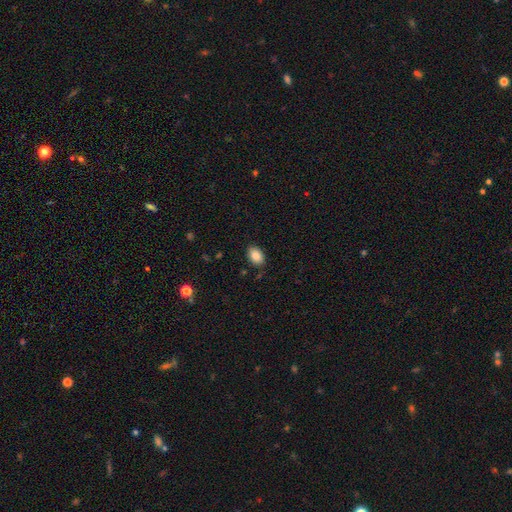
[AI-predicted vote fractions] A smooth galaxy with no disk features (86%) that is in between round and cigar-shaped (83%).

Vote fractions:
- Smooth or featured? smooth: 86% / star or artifact: 8% / featured or disk: 6%
- How rounded? in between: 83% / round: 16% / cigar-shaped: 1%
- Merging? none: 86% / minor disturbance: 10% / major disturbance: 2% / merger: 2%